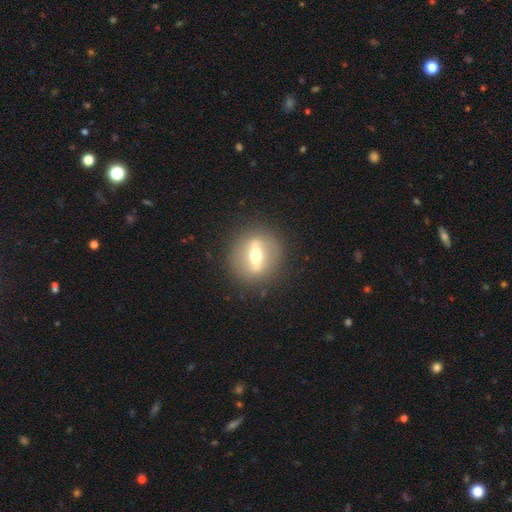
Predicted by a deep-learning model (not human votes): featured or disk 68%, smooth 24%, star or artifact 8%. Down the decision tree: edge-on disk — yes (50%, tied with no); merging — none (87%).